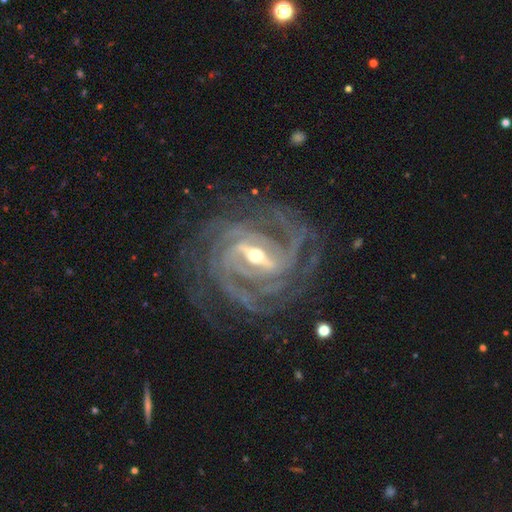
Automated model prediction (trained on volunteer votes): Smooth or featured? featured or disk (93%)
Edge-on disk? no (96%)
Bar? strong (76%)
Spiral arms? yes (98%)
Spiral winding? tight (62%)
Spiral arm count? 4 (24%)
Bulge size? moderate (53%)
Merging? none (74%)